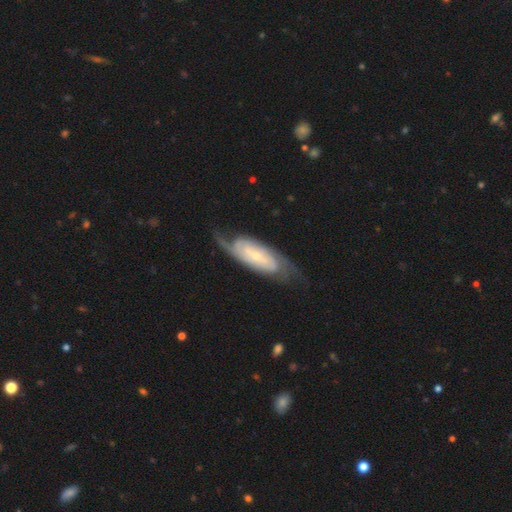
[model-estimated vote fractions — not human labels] Smooth or featured? featured or disk (82%)
Edge-on disk? no (91%)
Bar? no (55%)
Spiral arms? yes (94%)
Spiral winding? tight (50%)
Spiral arm count? 2 (65%)
Bulge size? small (71%)
Merging? none (68%)